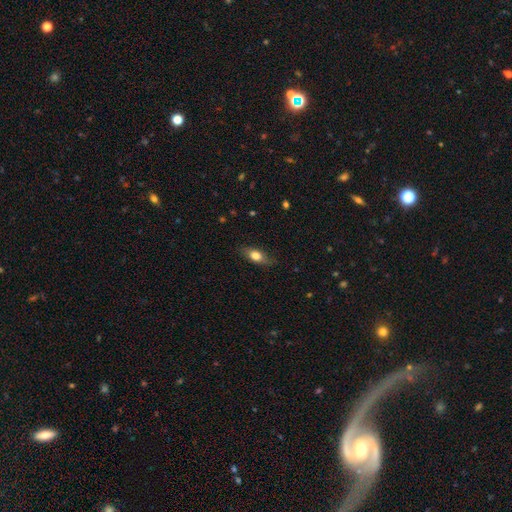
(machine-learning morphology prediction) A smooth galaxy with no disk features (72%) that is in between round and cigar-shaped (77%).

Vote fractions:
- Smooth or featured? smooth: 72% / featured or disk: 21% / star or artifact: 7%
- How rounded? in between: 77% / cigar-shaped: 16% / round: 7%
- Merging? none: 78% / minor disturbance: 17% / major disturbance: 4% / merger: 1%